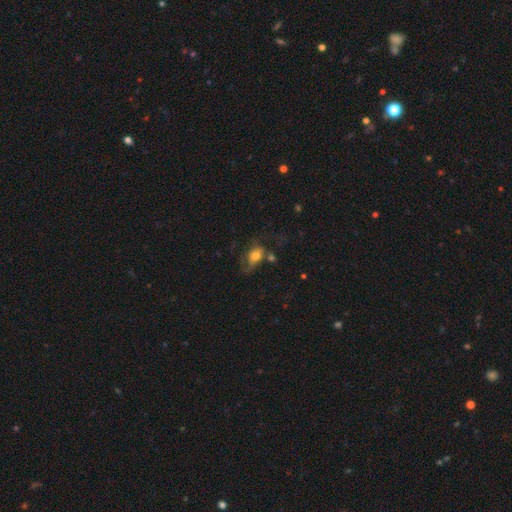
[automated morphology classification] smooth-or-featured: smooth: 61% | featured or disk: 28% | star or artifact: 11%
  how-rounded: in between: 68% | round: 29% | cigar-shaped: 3%
  merging: major disturbance: 35% | none: 30% | minor disturbance: 23% | merger: 12%